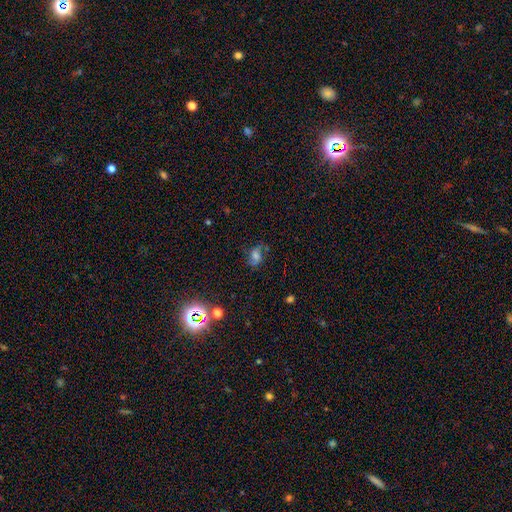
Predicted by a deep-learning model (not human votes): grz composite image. It shows a featured or disk galaxy (48%). Merging: none (64%).